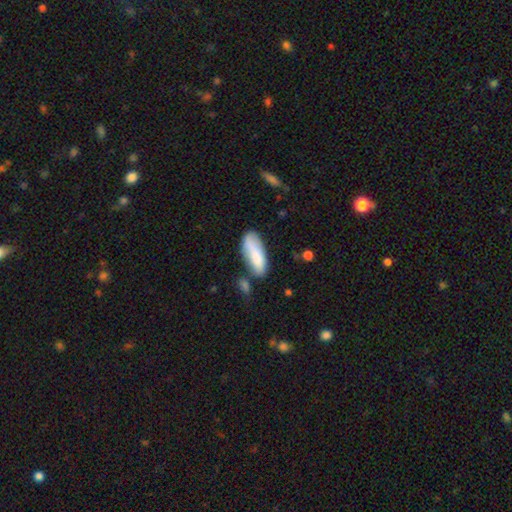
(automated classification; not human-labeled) Smooth or featured? Predicted: smooth (p=0.76). How rounded? Predicted: in between (p=0.73). Merging? Predicted: none (p=0.49).